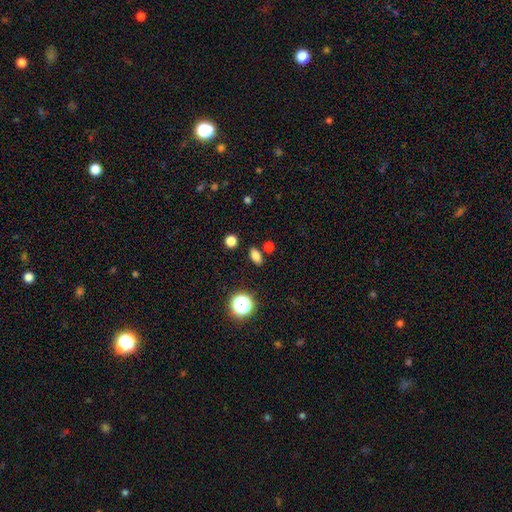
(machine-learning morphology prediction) type=smooth (78%); roundness=in between (79%); merging=none (83%).